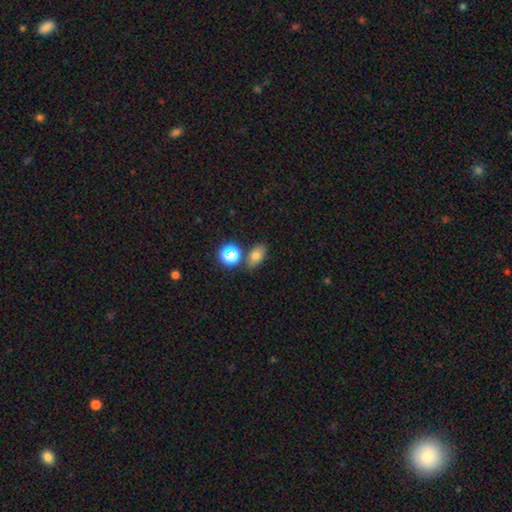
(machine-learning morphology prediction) This appears to be a smooth galaxy with no disk features (73%) that is in between round and cigar-shaped (76%). Merging: none (71%).